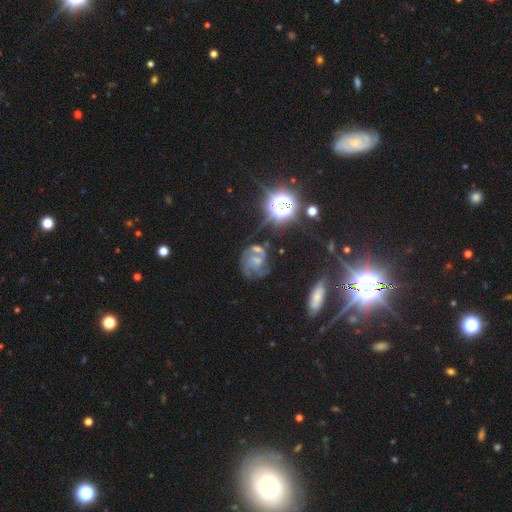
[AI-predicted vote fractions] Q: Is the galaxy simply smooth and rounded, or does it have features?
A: featured or disk — 59%.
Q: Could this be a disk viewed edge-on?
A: no — 95%.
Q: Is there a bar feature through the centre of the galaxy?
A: no — 54%.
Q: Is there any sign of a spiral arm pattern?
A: yes — 90%.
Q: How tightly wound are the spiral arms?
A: tight — 48%.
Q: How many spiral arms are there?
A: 2 — 43%.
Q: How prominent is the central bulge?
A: small — 55%.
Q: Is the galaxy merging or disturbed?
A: none — 65%.